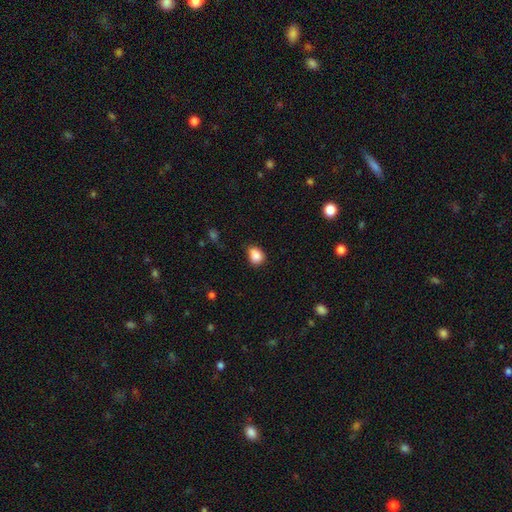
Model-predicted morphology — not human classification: Smooth or featured? Predicted: smooth (p=0.86). How rounded? Predicted: in between (p=0.51). Merging? Predicted: none (p=0.62).